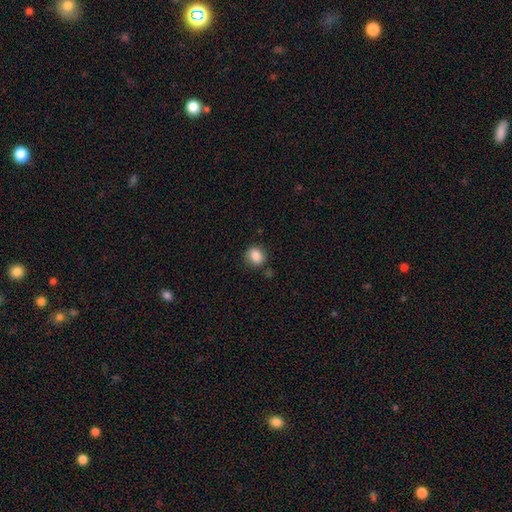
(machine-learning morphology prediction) The model was most divided on "how rounded": round: 67%, in between: 32%, cigar-shaped: 1%. More confident: smooth or featured — smooth (86%); merging — none (81%).